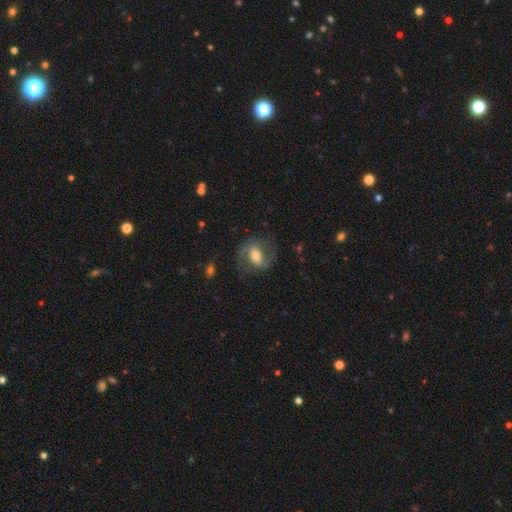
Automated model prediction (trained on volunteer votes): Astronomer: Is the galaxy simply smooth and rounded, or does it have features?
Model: featured or disk — 71%.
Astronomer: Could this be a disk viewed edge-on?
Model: no — 97%.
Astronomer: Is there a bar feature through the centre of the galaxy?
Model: weak — 42% (runner-up: no, 30%).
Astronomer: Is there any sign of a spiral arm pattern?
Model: yes — 89%.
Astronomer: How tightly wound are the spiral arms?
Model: medium — 55%.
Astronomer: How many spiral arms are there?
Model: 2 — 89%.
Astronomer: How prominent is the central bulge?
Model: moderate — 58%.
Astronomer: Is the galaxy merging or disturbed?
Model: none — 72%.